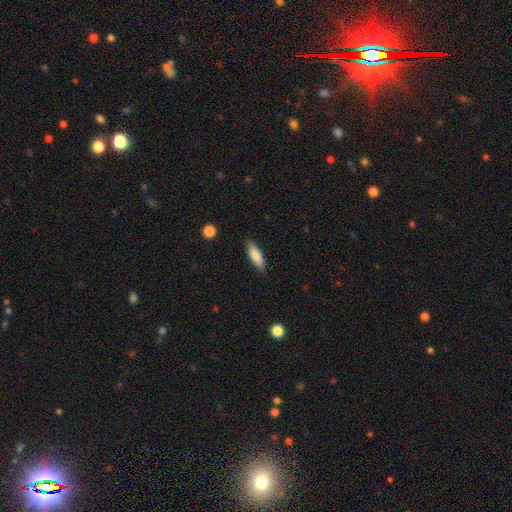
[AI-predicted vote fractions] Smooth or featured? smooth (85%)
How rounded? cigar-shaped (55%)
Merging? none (86%)